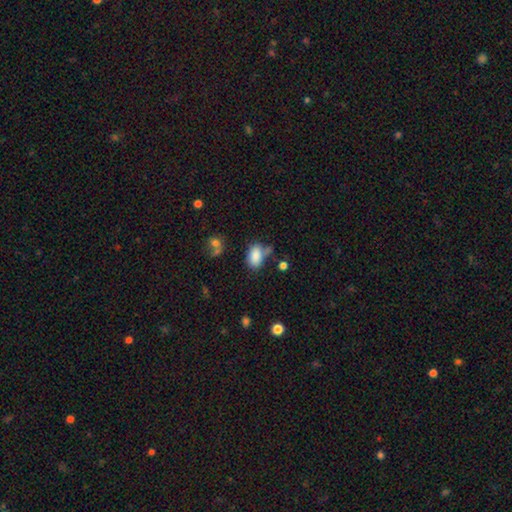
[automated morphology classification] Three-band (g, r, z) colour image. It shows a smooth galaxy with no disk features (85%) that is in between round and cigar-shaped (89%). Merging: none (55%).